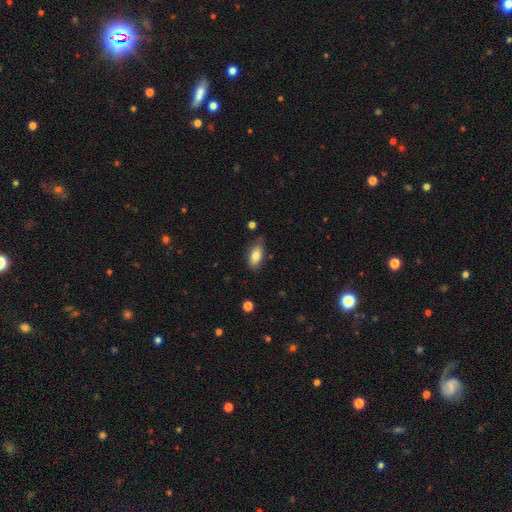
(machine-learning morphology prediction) smooth 79%, featured or disk 14%, star or artifact 7%. Down the decision tree: how rounded — in between (89%); merging — none (73%).